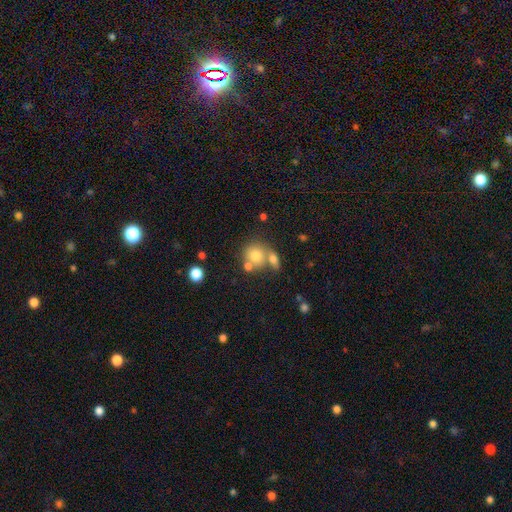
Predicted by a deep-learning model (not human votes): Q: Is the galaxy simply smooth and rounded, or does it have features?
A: smooth — 76%.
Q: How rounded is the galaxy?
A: round — 79%.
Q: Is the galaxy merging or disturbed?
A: none — 47%.